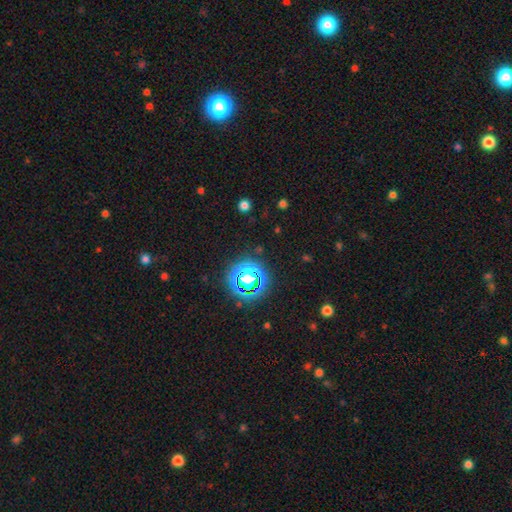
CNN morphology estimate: smooth-or-featured: star or artifact: 81% | smooth: 13% | featured or disk: 6%